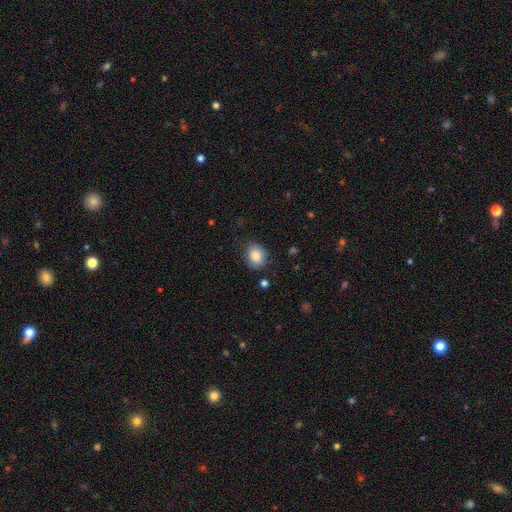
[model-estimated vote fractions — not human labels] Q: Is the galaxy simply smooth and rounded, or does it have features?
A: smooth — 85%.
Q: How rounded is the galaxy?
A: round — 50%.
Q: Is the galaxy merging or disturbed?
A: none — 76%.